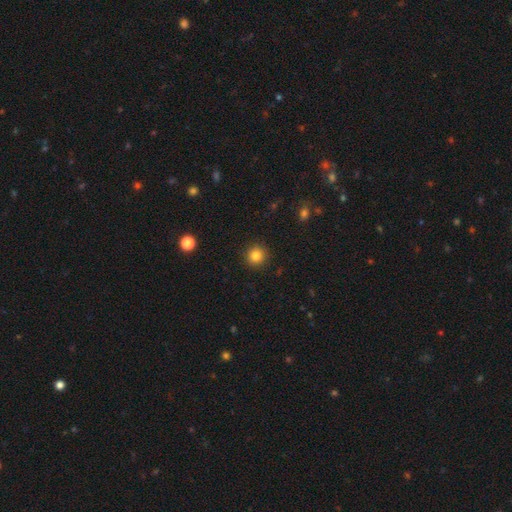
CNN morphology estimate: smooth_or_featured: smooth (p=0.84) [alt: star or artifact p=0.11]
how_rounded: round (p=0.93) [alt: in between p=0.06]
merging: none (p=0.91) [alt: minor disturbance p=0.06]